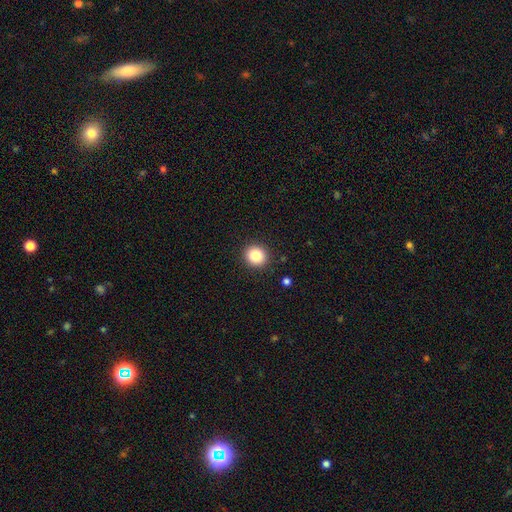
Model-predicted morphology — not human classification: smooth-or-featured: smooth: 84% | star or artifact: 10% | featured or disk: 6%
  how-rounded: round: 88% | in between: 11% | cigar-shaped: 1%
  merging: none: 91% | minor disturbance: 6% | major disturbance: 2% | merger: 1%